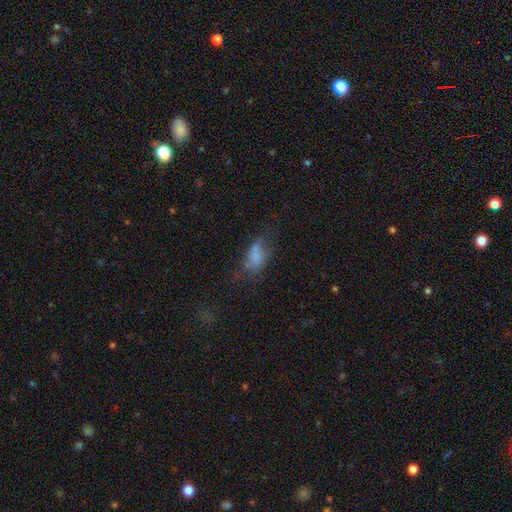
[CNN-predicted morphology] This is likely a smooth galaxy (65%). How rounded: clearly in between (87%). Merging: marginally none (33%, tied with major disturbance).